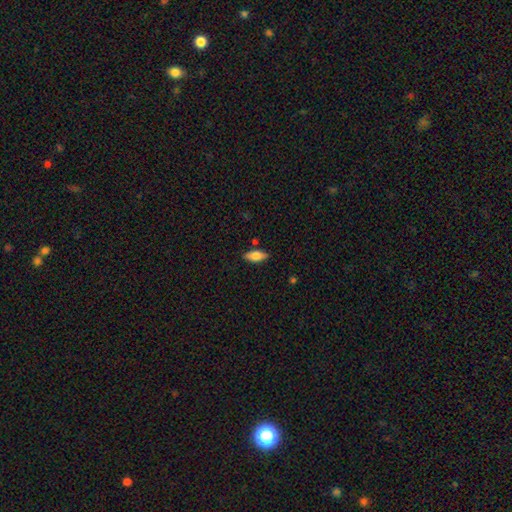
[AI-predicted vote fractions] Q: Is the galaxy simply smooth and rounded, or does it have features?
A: smooth — 76%.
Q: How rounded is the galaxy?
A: in between — 81%.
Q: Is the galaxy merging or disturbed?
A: none — 83%.